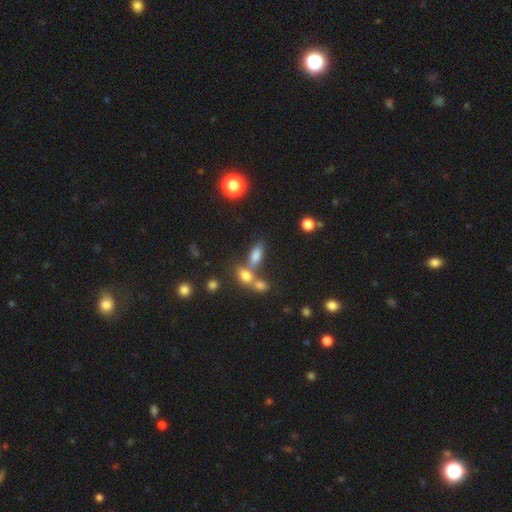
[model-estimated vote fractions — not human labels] Morphology: type=smooth (74%); roundness=in between (79%); merging=none (45%).